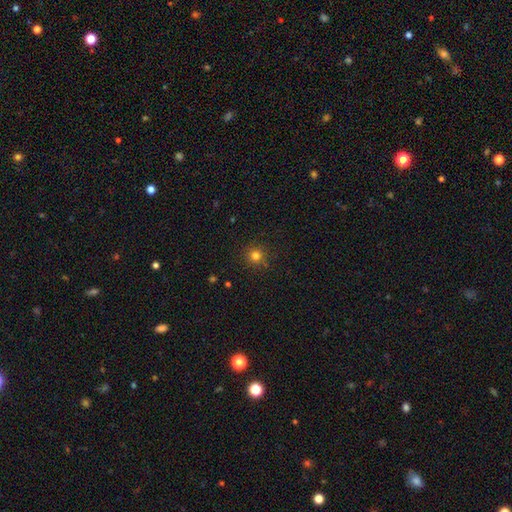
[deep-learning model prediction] smooth-or-featured: smooth: 79% | star or artifact: 16% | featured or disk: 5%
  how-rounded: round: 94% | in between: 5% | cigar-shaped: 1%
  merging: none: 88% | minor disturbance: 7% | merger: 3% | major disturbance: 2%